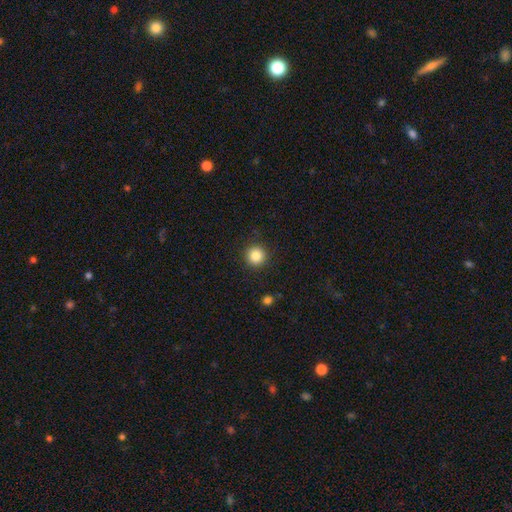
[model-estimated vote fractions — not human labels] smooth_or_featured: smooth (p=0.85) [alt: star or artifact p=0.11]
how_rounded: round (p=0.95) [alt: in between p=0.04]
merging: none (p=0.91) [alt: minor disturbance p=0.05]